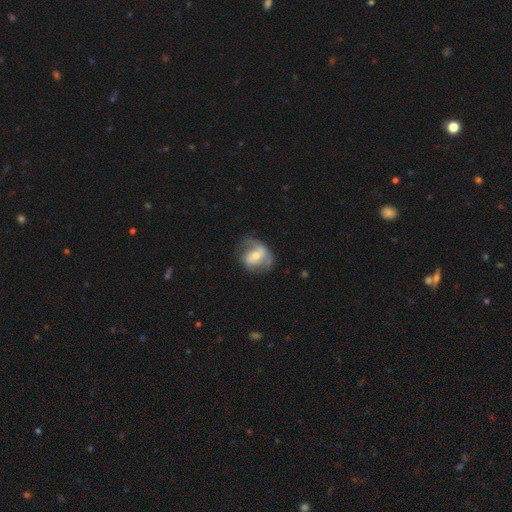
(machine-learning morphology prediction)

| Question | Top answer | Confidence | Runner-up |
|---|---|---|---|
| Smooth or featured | featured or disk | 64% | smooth (29%) |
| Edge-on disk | no | 96% | yes (4%) |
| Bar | weak | 40% | no (34%) |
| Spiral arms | yes | 76% | no (24%) |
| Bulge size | moderate | 48% | small (44%) |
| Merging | none | 58% | minor disturbance (23%) |